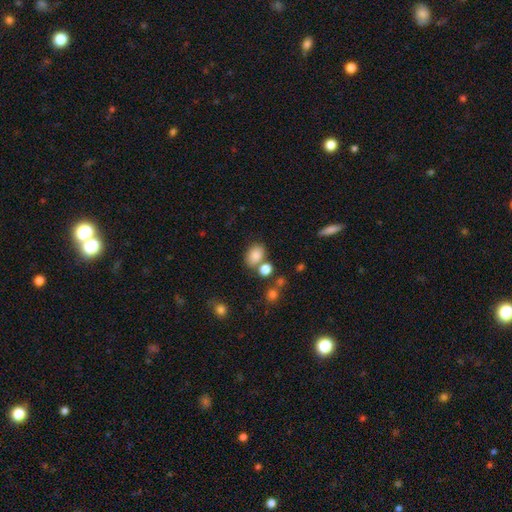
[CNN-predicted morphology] Smooth or featured? smooth (82%)
How rounded? in between (73%)
Merging? none (63%)